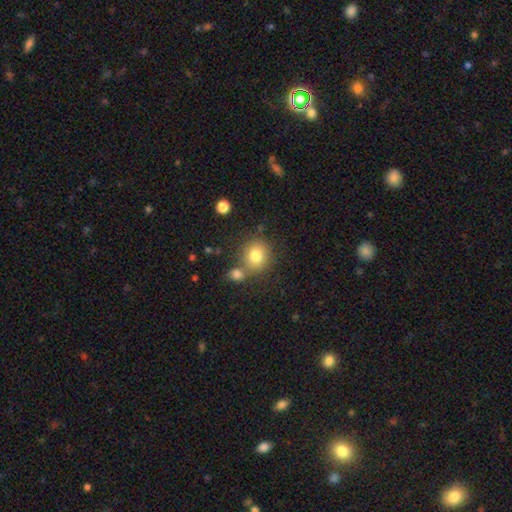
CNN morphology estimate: Overall: smooth (80%). How rounded: round (84%). Merging: none (64%).